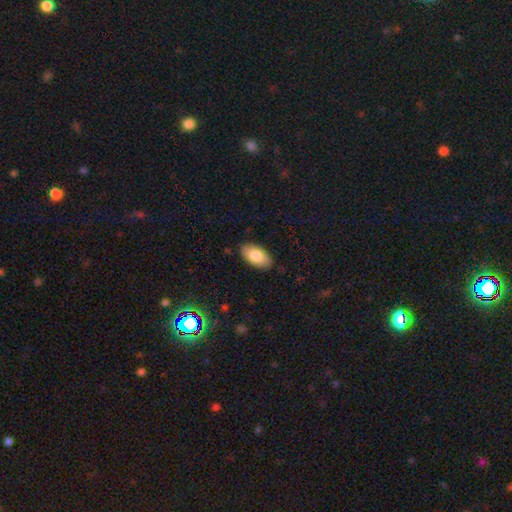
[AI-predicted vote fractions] Smooth or featured?
  - smooth: 82% *
  - featured or disk: 12%
  - star or artifact: 6%
How rounded?
  - in between: 95% *
  - round: 3%
  - cigar-shaped: 2%
Merging?
  - none: 86% *
  - minor disturbance: 11%
  - major disturbance: 2%
  - merger: 1%